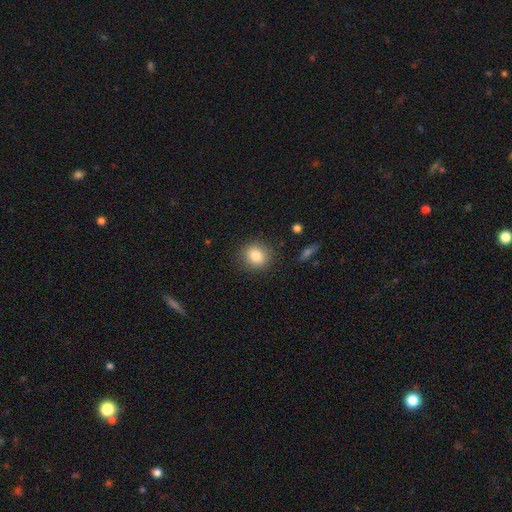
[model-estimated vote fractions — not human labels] This is clearly a smooth galaxy (82%). How rounded: clearly round (81%). Merging: clearly none (87%).